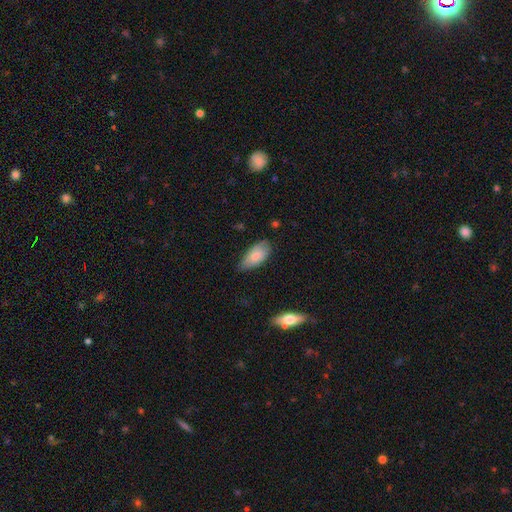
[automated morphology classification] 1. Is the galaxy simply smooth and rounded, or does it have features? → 74% smooth, 20% featured or disk, 6% star or artifact.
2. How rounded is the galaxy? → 93% in between, 5% cigar-shaped, 3% round.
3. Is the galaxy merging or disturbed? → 60% none, 33% minor disturbance, 5% major disturbance, 2% merger.